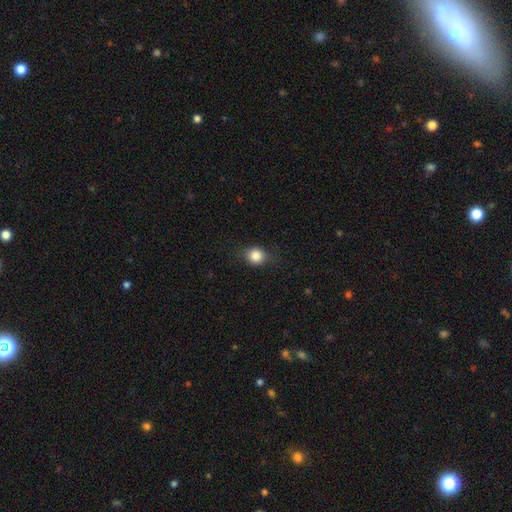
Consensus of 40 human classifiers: smooth 80%, featured or disk 15%, star or artifact 5%. Down the decision tree: how rounded — round (81%); merging — none (79%).